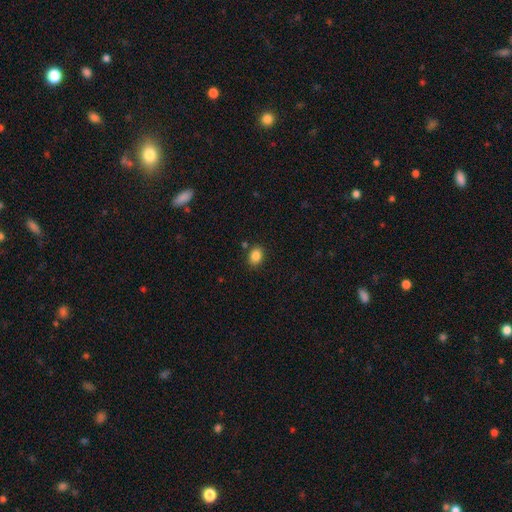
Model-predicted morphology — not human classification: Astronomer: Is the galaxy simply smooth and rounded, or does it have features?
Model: smooth — 86%.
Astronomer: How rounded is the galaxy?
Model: in between — 65%.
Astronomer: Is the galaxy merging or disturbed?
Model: none — 84%.